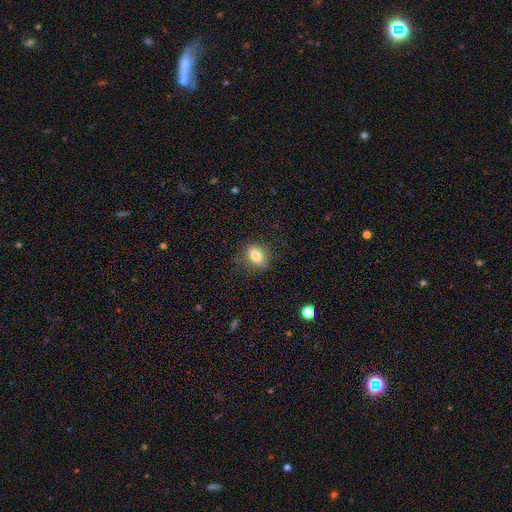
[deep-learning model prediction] The model was most divided on "how rounded": in between: 76%, round: 21%, cigar-shaped: 3%. More confident: merging — none (81%); smooth or featured — smooth (81%).